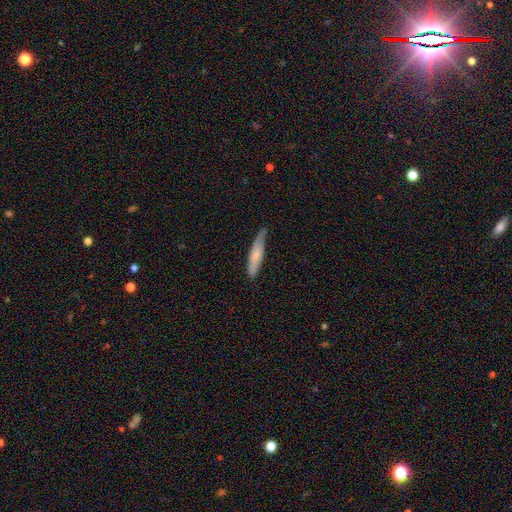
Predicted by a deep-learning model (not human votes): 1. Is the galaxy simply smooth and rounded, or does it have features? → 69% smooth, 25% featured or disk, 5% star or artifact.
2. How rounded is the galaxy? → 85% cigar-shaped, 14% in between, 1% round.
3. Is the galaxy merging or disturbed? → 64% none, 30% minor disturbance, 5% major disturbance, 2% merger.